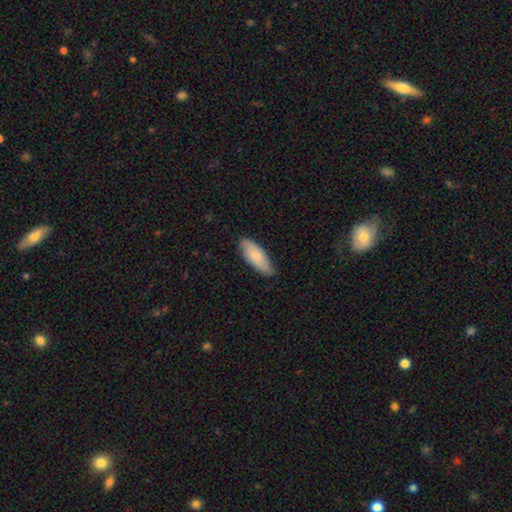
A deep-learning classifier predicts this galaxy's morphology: type=smooth (79%); roundness=in between (70%); merging=none (80%).